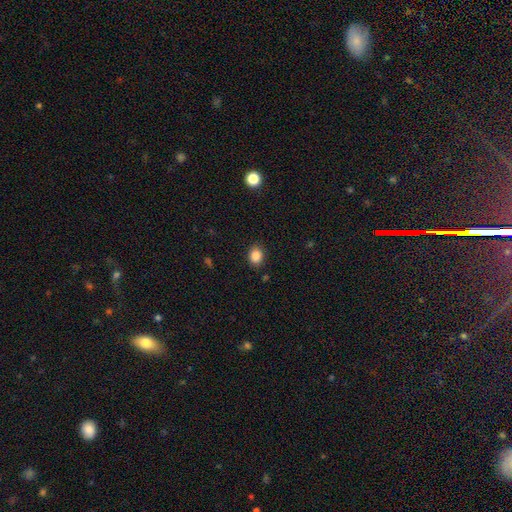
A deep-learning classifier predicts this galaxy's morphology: Smooth or featured: smooth — 87% (star or artifact — 10%)
How rounded: in between — 51% (round — 48%)
Merging: none — 85% (minor disturbance — 11%)